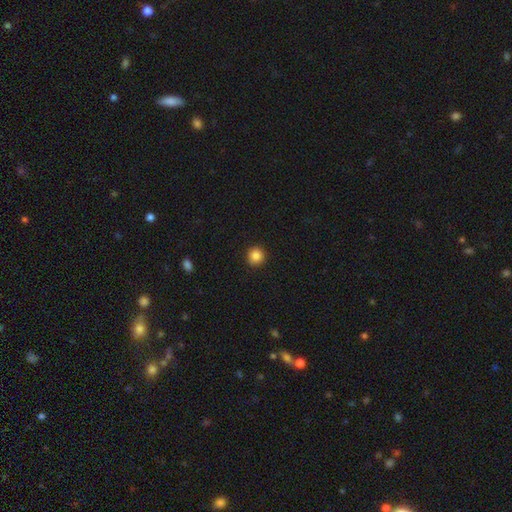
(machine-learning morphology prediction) Overall: smooth (86%). How rounded: round (94%). Merging: none (93%).